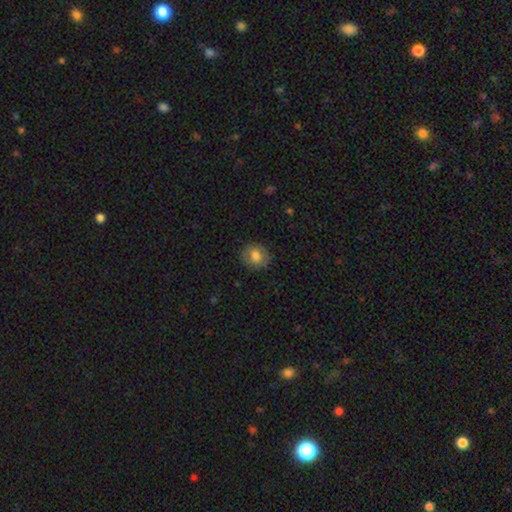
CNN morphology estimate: Smooth or featured? smooth (76%)
How rounded? round (75%)
Merging? none (83%)